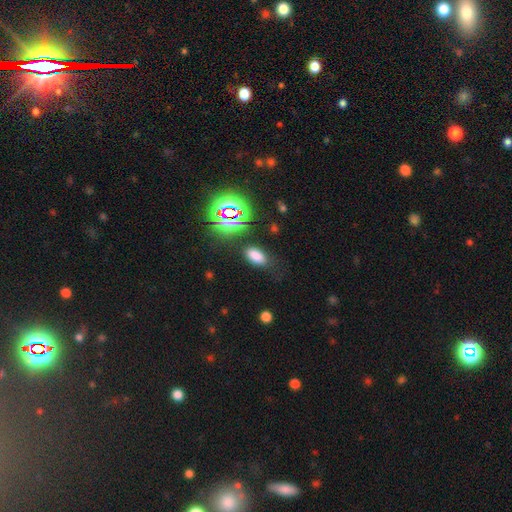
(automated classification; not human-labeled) The model was most divided on "smooth or featured": smooth: 72%, star or artifact: 21%, featured or disk: 6%. More confident: how rounded — in between (90%); merging — none (80%).